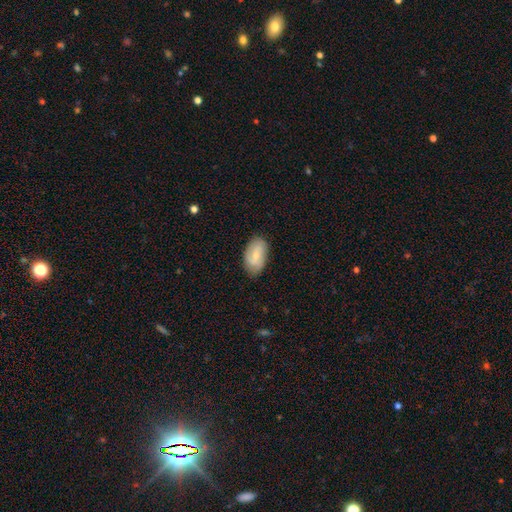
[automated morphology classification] smooth_or_featured: smooth (p=0.57) [alt: featured or disk p=0.37]
how_rounded: in between (p=0.92) [alt: round p=0.06]
merging: none (p=0.78) [alt: minor disturbance p=0.18]